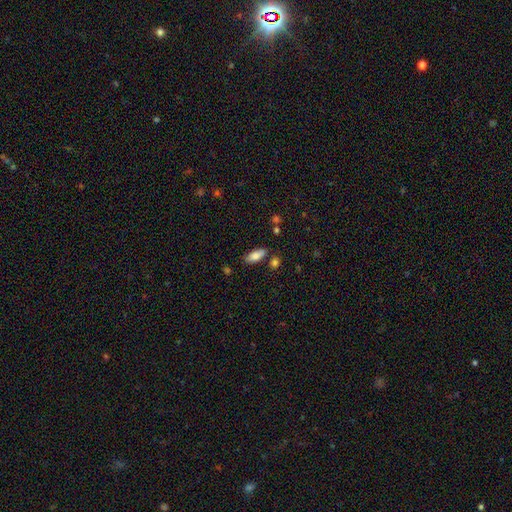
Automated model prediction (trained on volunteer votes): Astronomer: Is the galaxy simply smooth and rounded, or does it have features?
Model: smooth — 83%.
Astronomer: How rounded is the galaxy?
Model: in between — 81%.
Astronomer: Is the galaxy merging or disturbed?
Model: none — 77%.